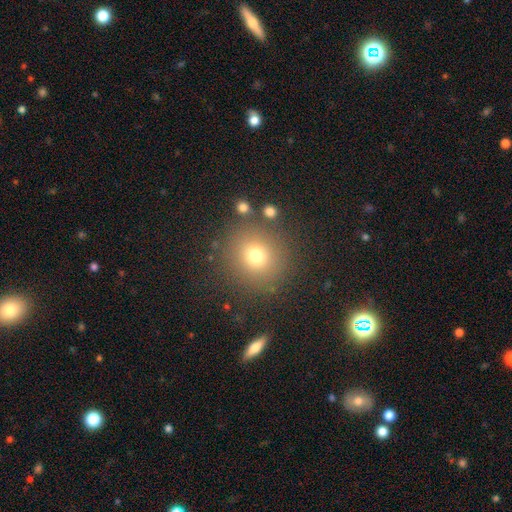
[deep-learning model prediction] smooth-or-featured: smooth: 72% | star or artifact: 17% | featured or disk: 11%
  how-rounded: round: 93% | in between: 6% | cigar-shaped: 1%
  merging: none: 85% | minor disturbance: 7% | major disturbance: 4% | merger: 3%